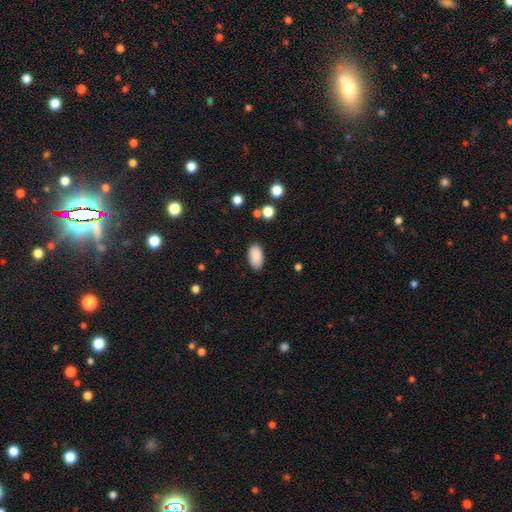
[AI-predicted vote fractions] A smooth galaxy with no disk features (89%) that is in between round and cigar-shaped (95%).

Vote fractions:
- Smooth or featured? smooth: 89% / star or artifact: 7% / featured or disk: 4%
- How rounded? in between: 95% / round: 3% / cigar-shaped: 2%
- Merging? none: 88% / minor disturbance: 9% / major disturbance: 2% / merger: 1%